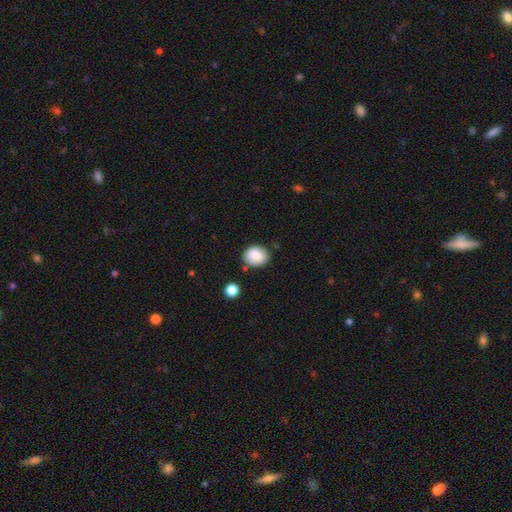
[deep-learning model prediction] Morphology: type=smooth (87%); roundness=round (57%); merging=none (79%).